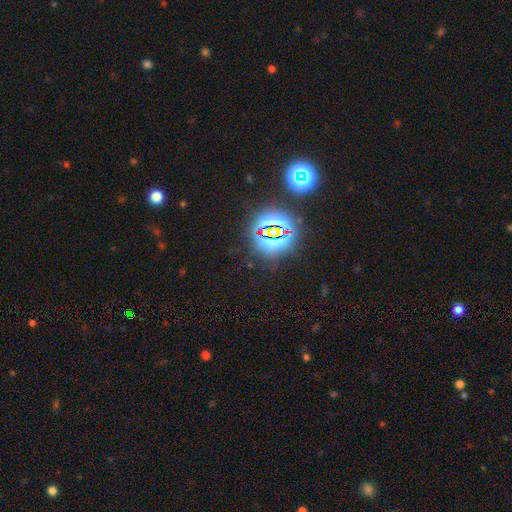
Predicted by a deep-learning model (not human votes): Smooth or featured? Predicted: star or artifact (p=0.78).